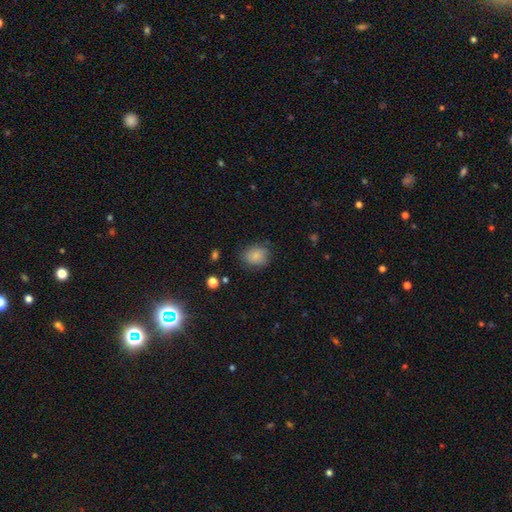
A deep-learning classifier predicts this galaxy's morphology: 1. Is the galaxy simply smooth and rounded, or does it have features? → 83% smooth, 9% star or artifact, 9% featured or disk.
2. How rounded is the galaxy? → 55% round, 44% in between, 1% cigar-shaped.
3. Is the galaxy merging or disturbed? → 75% none, 18% minor disturbance, 5% major disturbance, 1% merger.